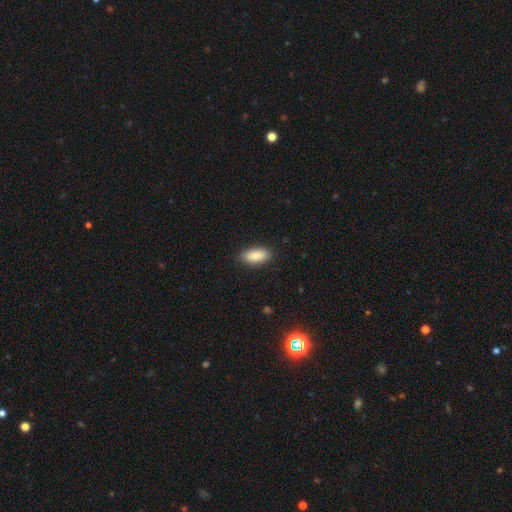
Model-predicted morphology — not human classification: Q: Smooth or featured?
A: smooth (88%); runner-up: star or artifact (6%)
Q: How rounded?
A: in between (88%); runner-up: cigar-shaped (10%)
Q: Merging?
A: none (88%); runner-up: minor disturbance (8%)